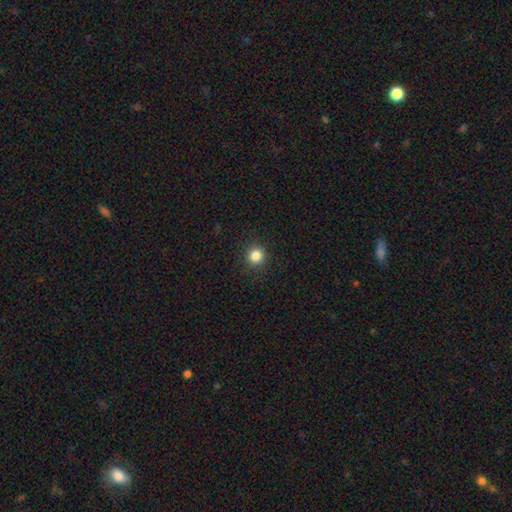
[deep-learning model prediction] A smooth galaxy with no disk features (84%) that is round (94%). Merging: none (92%).